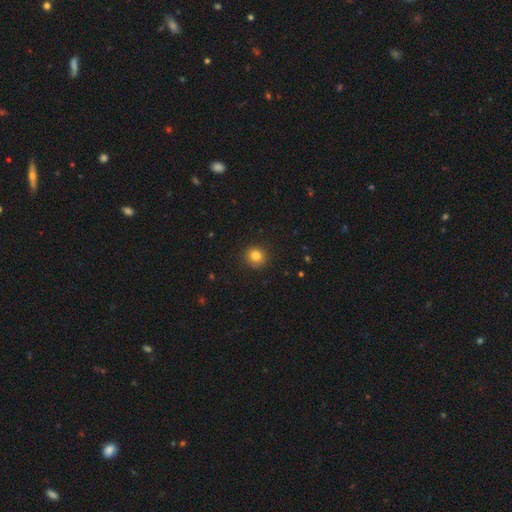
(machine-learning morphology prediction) The model was most divided on "smooth or featured": smooth: 82%, star or artifact: 12%, featured or disk: 6%. More confident: merging — none (87%); how rounded — round (87%).